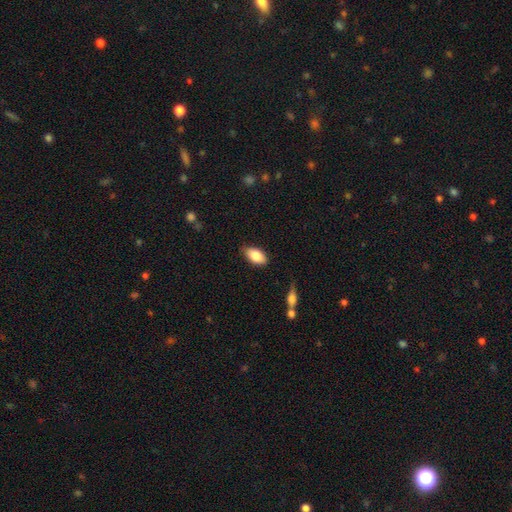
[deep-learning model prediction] A smooth galaxy with no disk features (83%) that is in between round and cigar-shaped (92%).

Vote fractions:
- Smooth or featured? smooth: 83% / featured or disk: 10% / star or artifact: 7%
- How rounded? in between: 92% / round: 4% / cigar-shaped: 4%
- Merging? none: 82% / minor disturbance: 14% / major disturbance: 3% / merger: 1%